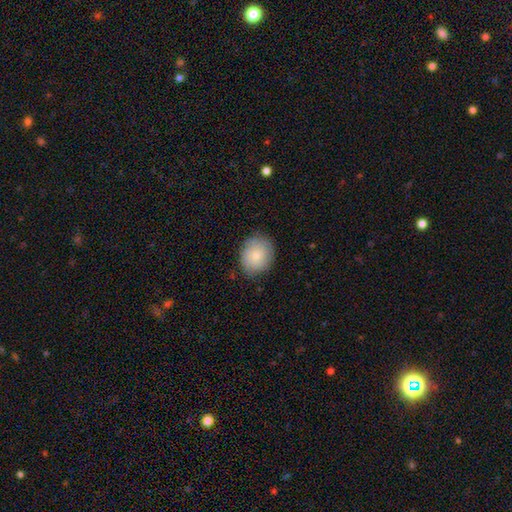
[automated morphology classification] smooth-or-featured: smooth: 70% | featured or disk: 22% | star or artifact: 7%
  how-rounded: round: 69% | in between: 30% | cigar-shaped: 1%
  merging: none: 81% | minor disturbance: 15% | major disturbance: 3% | merger: 1%